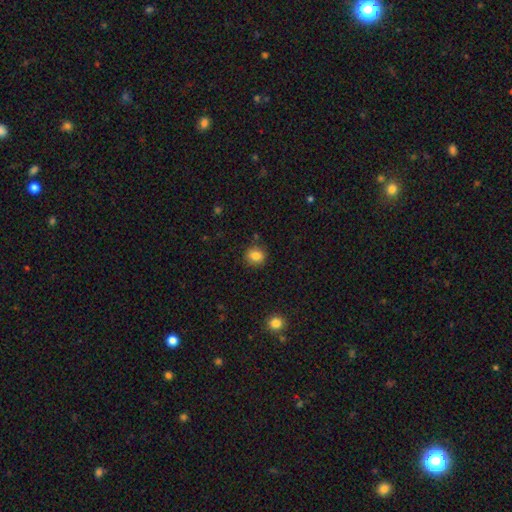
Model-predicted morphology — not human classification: Smooth or featured: smooth — 83% (star or artifact — 11%)
How rounded: round — 82% (in between — 17%)
Merging: none — 86% (minor disturbance — 9%)